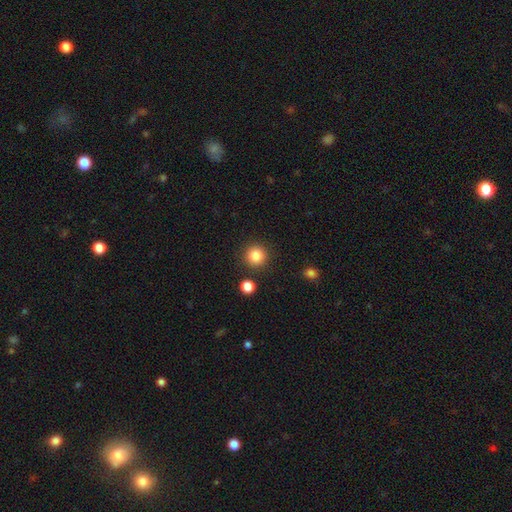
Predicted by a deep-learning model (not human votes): The model was most divided on "smooth or featured": smooth: 86%, star or artifact: 10%, featured or disk: 4%. More confident: how rounded — round (95%); merging — none (89%).